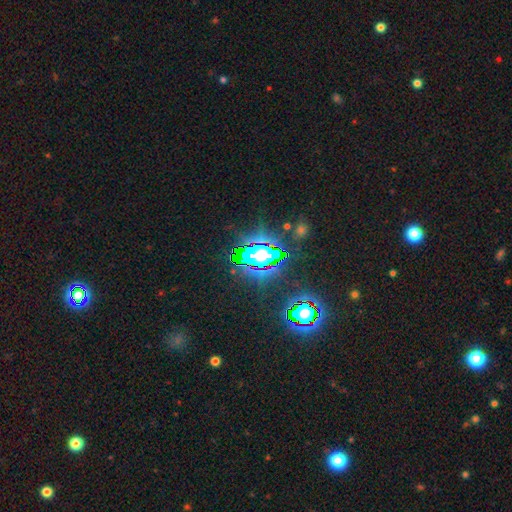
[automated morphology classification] Smooth or featured?
  - star or artifact: 83% *
  - smooth: 10%
  - featured or disk: 7%